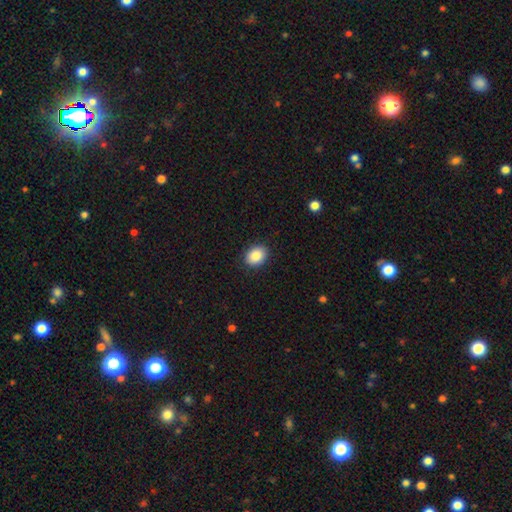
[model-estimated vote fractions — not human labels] Smooth or featured? smooth (86%)
How rounded? in between (61%)
Merging? none (89%)